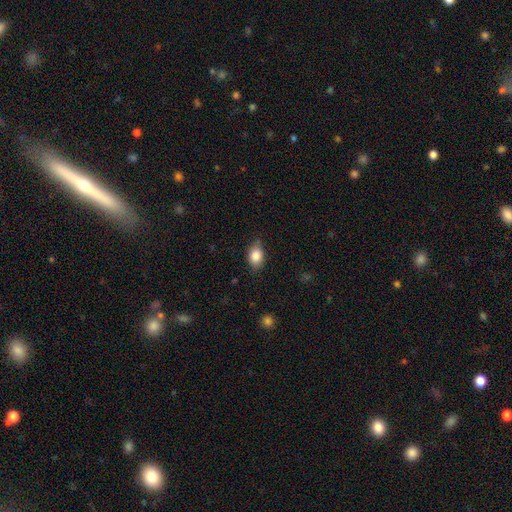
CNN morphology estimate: smooth_or_featured: smooth (p=0.85) [alt: star or artifact p=0.08]
how_rounded: in between (p=0.80) [alt: round p=0.18]
merging: none (p=0.77) [alt: minor disturbance p=0.19]